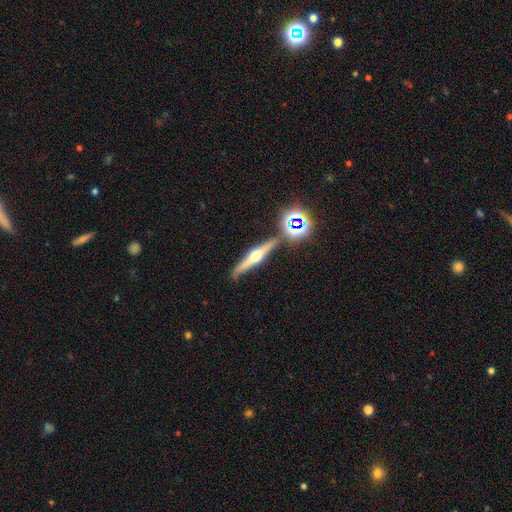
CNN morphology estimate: Smooth or featured? Predicted: featured or disk (p=0.74). Edge-on disk? Predicted: yes (p=0.97). Edge-on bulge? Predicted: rounded (p=0.96). Merging? Predicted: none (p=0.83).